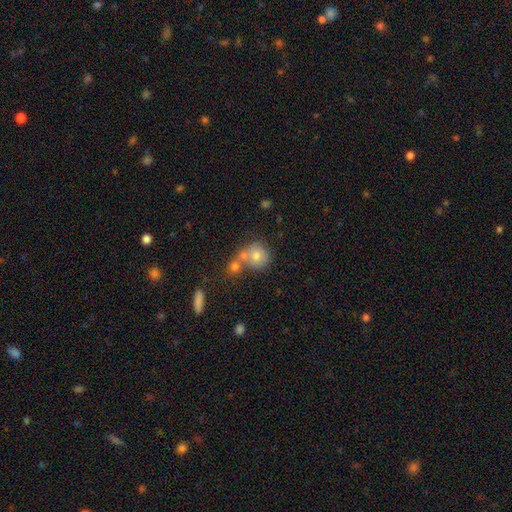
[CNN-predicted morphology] Smooth or featured: smooth — 73% (featured or disk — 16%)
How rounded: round — 83% (in between — 16%)
Merging: merger — 45% (none — 40%)